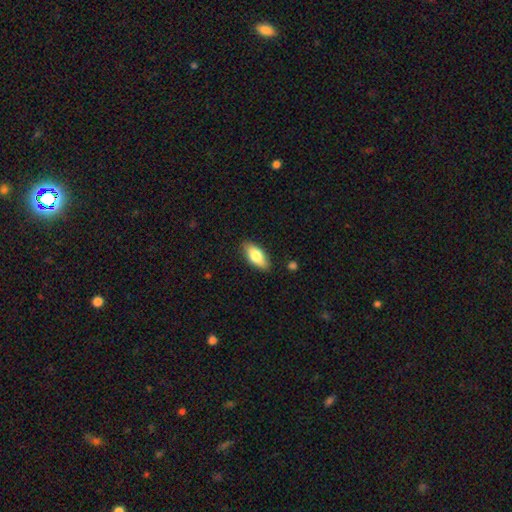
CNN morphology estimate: Overall: smooth (75%). How rounded: in between (84%). Merging: none (87%).